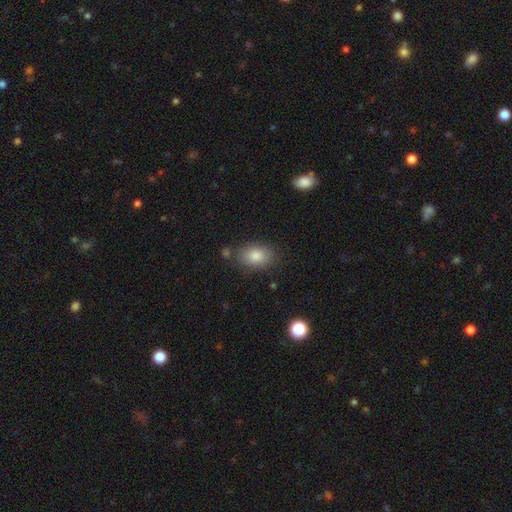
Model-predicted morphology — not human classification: A smooth galaxy with no disk features (83%) that is in between round and cigar-shaped (83%).

Vote fractions:
- Smooth or featured? smooth: 83% / star or artifact: 9% / featured or disk: 8%
- How rounded? in between: 83% / round: 16% / cigar-shaped: 1%
- Merging? none: 80% / minor disturbance: 13% / merger: 4% / major disturbance: 3%